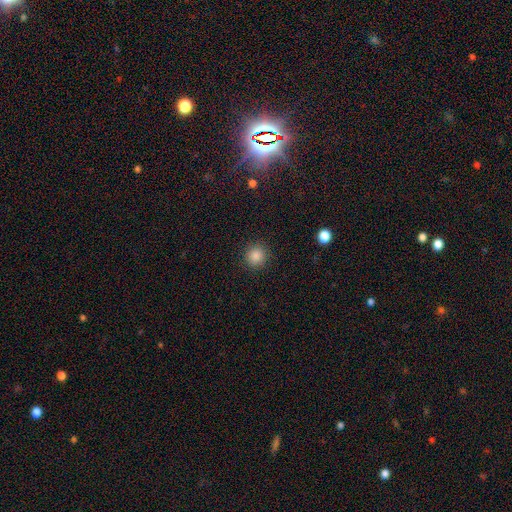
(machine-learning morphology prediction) Smooth or featured? Predicted: smooth (p=0.86). How rounded? Predicted: round (p=0.93). Merging? Predicted: none (p=0.91).